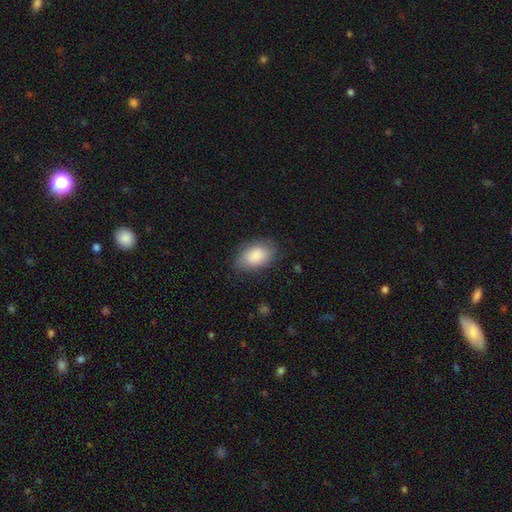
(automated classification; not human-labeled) Smooth or featured?
  - smooth: 86% *
  - featured or disk: 8%
  - star or artifact: 6%
How rounded?
  - in between: 91% *
  - round: 8%
  - cigar-shaped: 1%
Merging?
  - none: 75% *
  - minor disturbance: 19%
  - major disturbance: 5%
  - merger: 1%